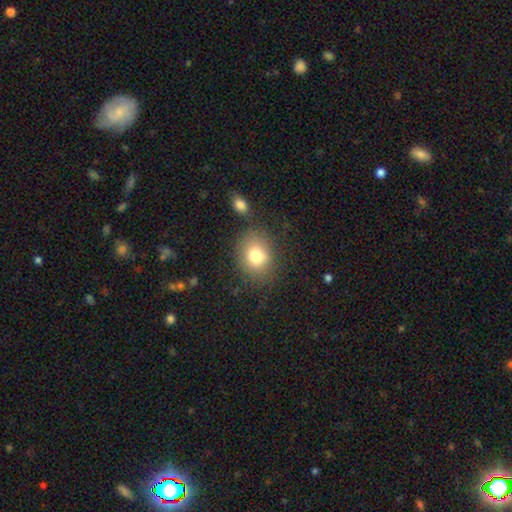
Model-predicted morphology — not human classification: A smooth galaxy with no disk features (77%) that is round (58%). Merging: none (76%).